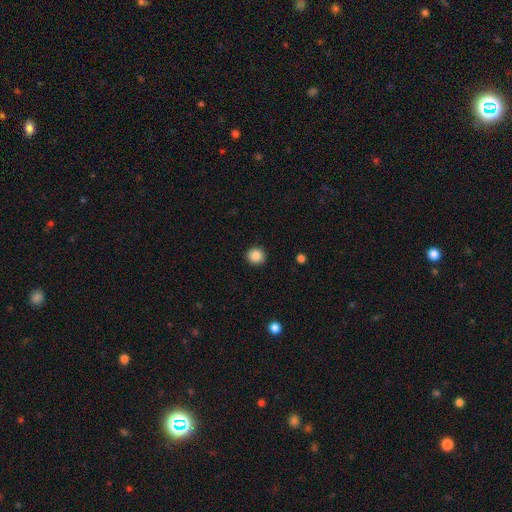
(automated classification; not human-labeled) The model was most divided on "smooth or featured": smooth: 87%, star or artifact: 9%, featured or disk: 4%. More confident: how rounded — round (94%); merging — none (93%).